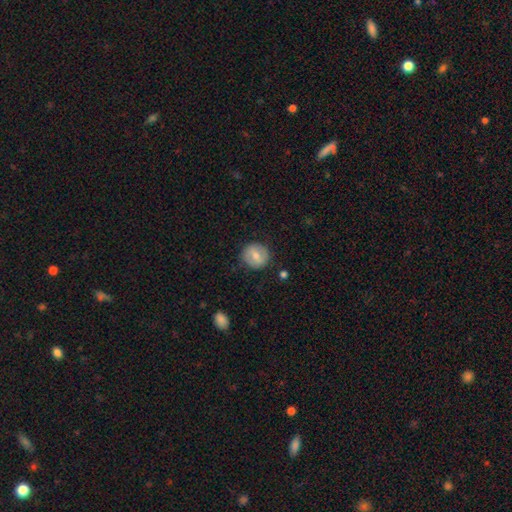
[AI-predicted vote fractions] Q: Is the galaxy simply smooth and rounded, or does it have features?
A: smooth — 61%.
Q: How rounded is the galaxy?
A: round — 87%.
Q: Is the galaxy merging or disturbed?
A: none — 86%.